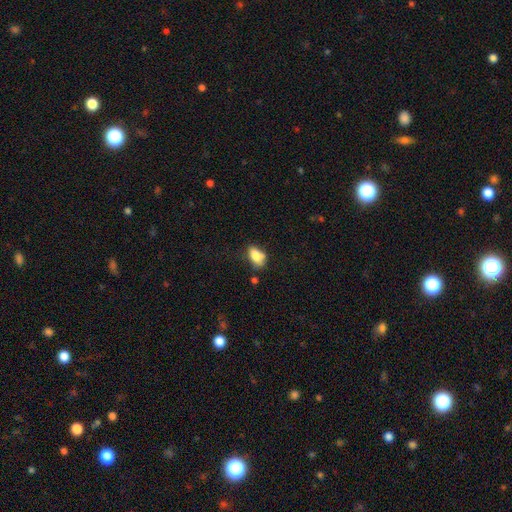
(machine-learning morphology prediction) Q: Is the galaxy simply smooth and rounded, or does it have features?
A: smooth — 79%.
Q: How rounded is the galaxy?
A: in between — 86%.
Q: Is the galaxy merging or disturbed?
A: none — 46%.